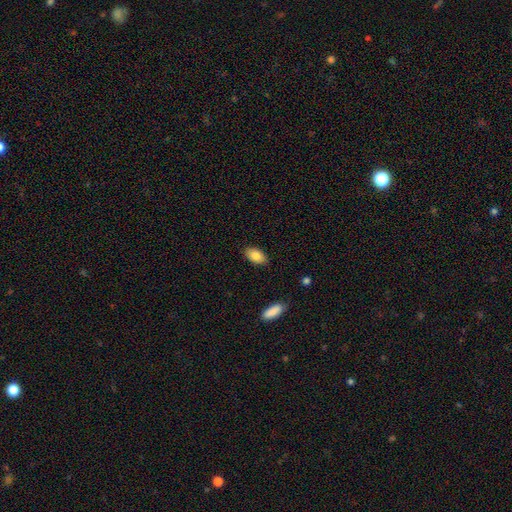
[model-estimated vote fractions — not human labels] smooth_or_featured: smooth (p=0.84) [alt: featured or disk p=0.09]
how_rounded: in between (p=0.93) [alt: round p=0.04]
merging: none (p=0.86) [alt: minor disturbance p=0.10]